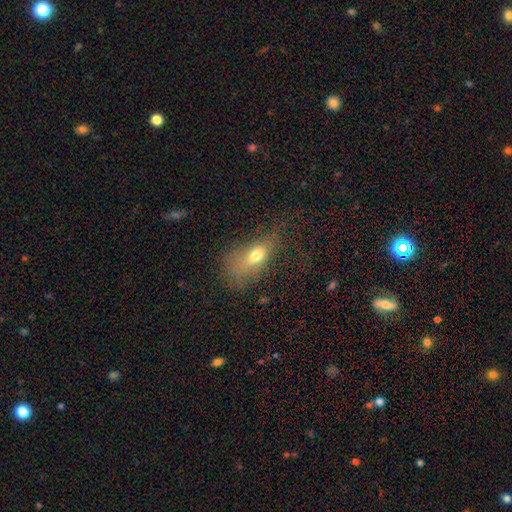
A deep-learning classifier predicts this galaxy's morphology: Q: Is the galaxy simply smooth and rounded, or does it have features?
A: smooth — 66%.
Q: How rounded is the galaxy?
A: in between — 77%.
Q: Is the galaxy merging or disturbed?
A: none — 36%.